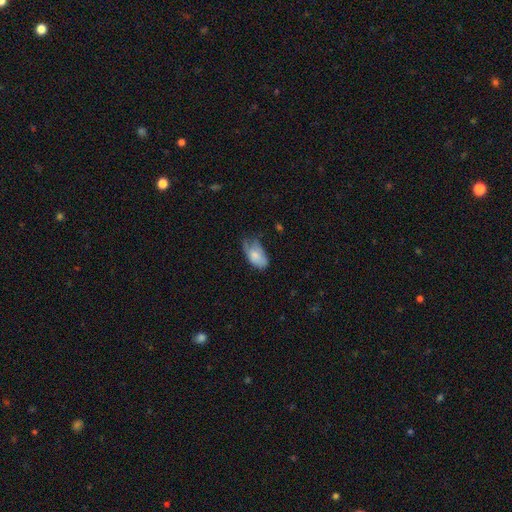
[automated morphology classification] smooth 72%, featured or disk 21%, star or artifact 7%. Down the decision tree: how rounded — in between (93%); merging — minor disturbance (43%).